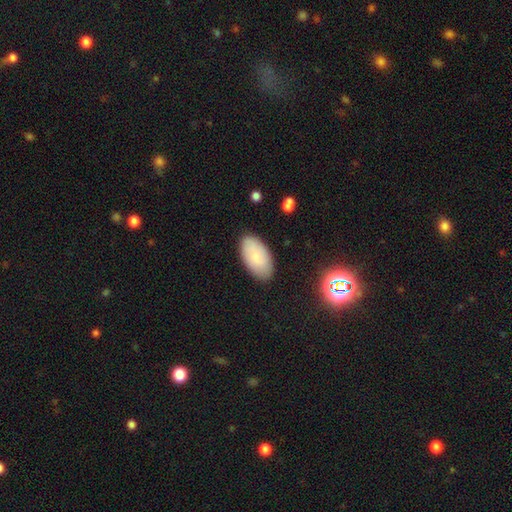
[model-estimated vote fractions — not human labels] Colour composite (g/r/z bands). It shows a smooth galaxy with no disk features (81%) that is in between round and cigar-shaped (95%). Merging: none (86%).